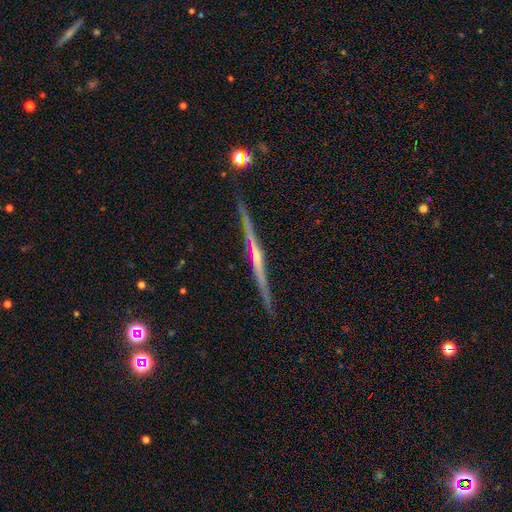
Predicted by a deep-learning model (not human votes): A featured or disk galaxy (81%) viewed edge-on (98%) with no central bulge (46%). Merging: none (85%).